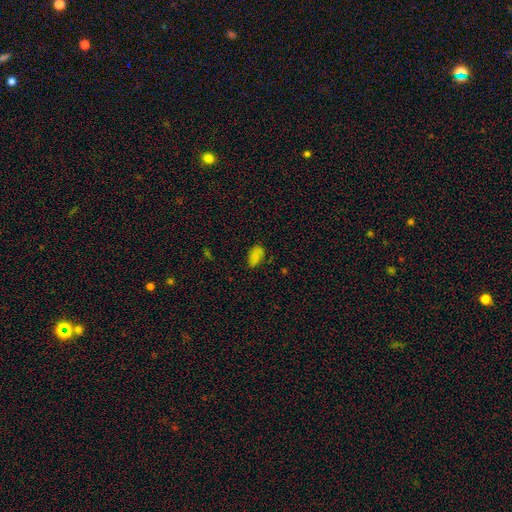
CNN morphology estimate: This appears to be a smooth galaxy with no disk features (78%) that is in between round and cigar-shaped (93%). Merging: none (70%).